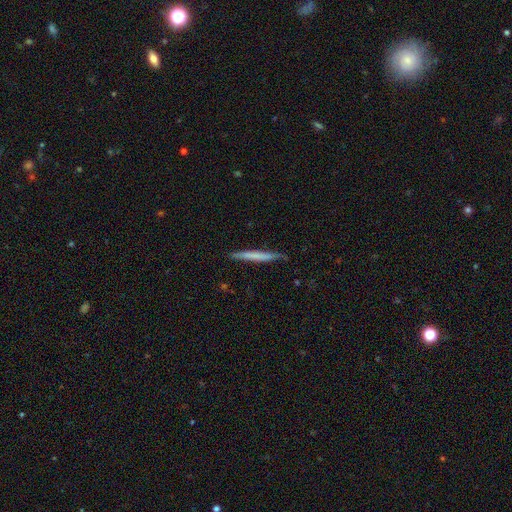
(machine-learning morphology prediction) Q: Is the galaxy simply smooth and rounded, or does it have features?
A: smooth — 55%.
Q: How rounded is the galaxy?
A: cigar-shaped — 97%.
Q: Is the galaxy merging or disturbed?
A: none — 86%.